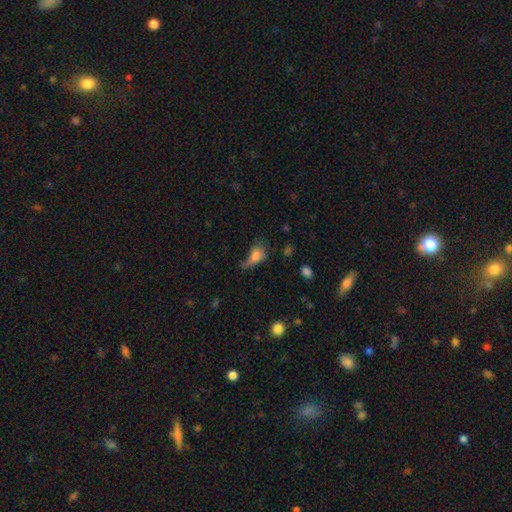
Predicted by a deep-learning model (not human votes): This is likely a smooth galaxy (75%). How rounded: likely in between (80%). Merging: marginally major disturbance (37%).